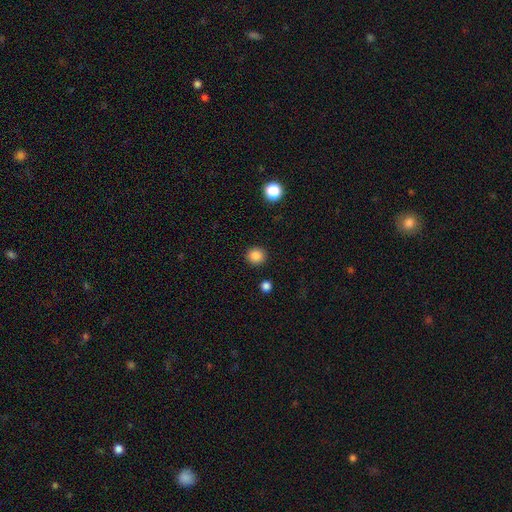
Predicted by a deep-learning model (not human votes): This appears to be a smooth galaxy with no disk features (87%) that is round (92%). Merging: none (91%).